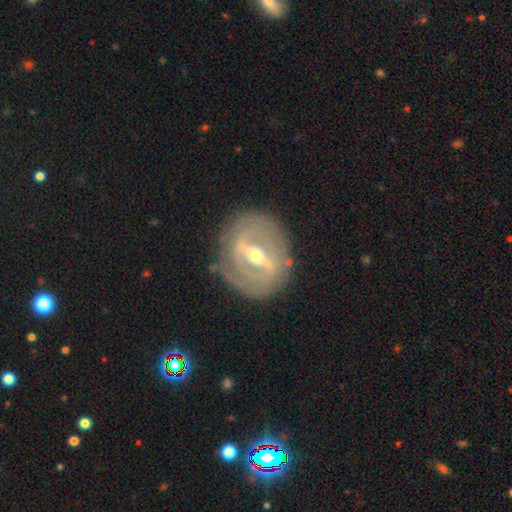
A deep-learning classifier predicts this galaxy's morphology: The model was most divided on "spiral arms": yes: 66%, no: 34%. More confident: edge-on disk — no (90%); smooth or featured — featured or disk (84%); merging — none (80%); bar — strong (72%); bulge size — moderate (64%).